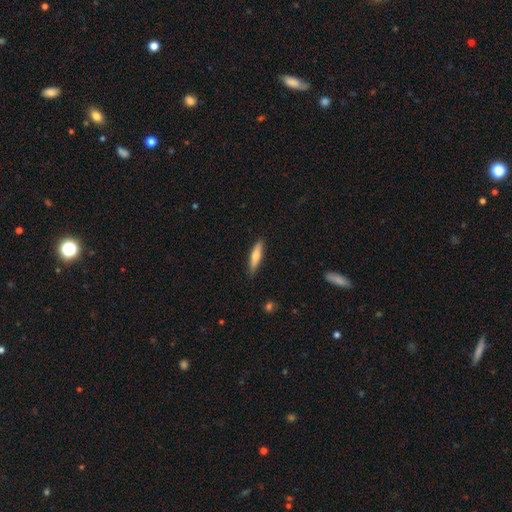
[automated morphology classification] Q: Smooth or featured?
A: smooth (65%); runner-up: featured or disk (30%)
Q: How rounded?
A: cigar-shaped (77%); runner-up: in between (21%)
Q: Merging?
A: none (87%); runner-up: minor disturbance (10%)